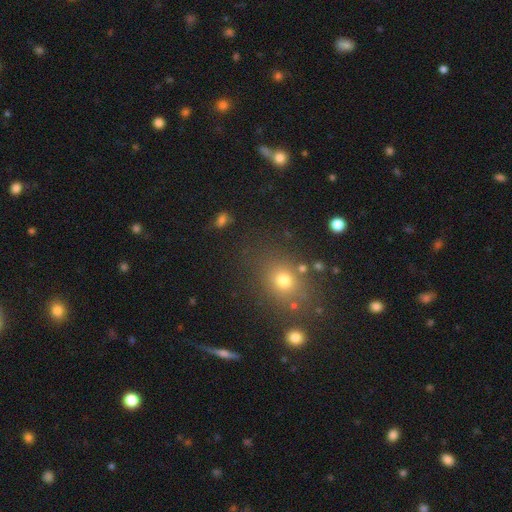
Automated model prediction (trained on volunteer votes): Morphology: type=smooth (59%); roundness=round (61%); merging=none (81%).